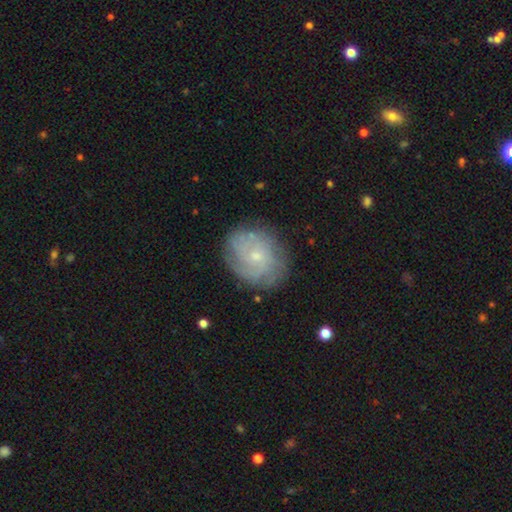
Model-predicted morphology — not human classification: Smooth or featured? featured or disk (65%)
Edge-on disk? no (97%)
Bar? no (79%)
Spiral arms? yes (86%)
Spiral winding? tight (63%)
Spiral arm count? can't tell (51%)
Bulge size? small (72%)
Merging? none (77%)